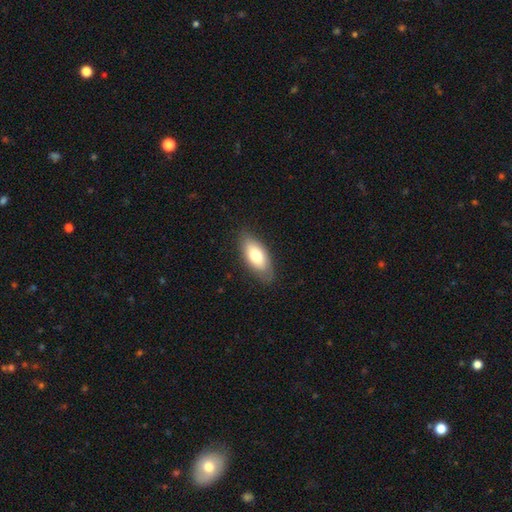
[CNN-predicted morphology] Smooth or featured?
  - smooth: 73% *
  - featured or disk: 21%
  - star or artifact: 6%
How rounded?
  - in between: 85% *
  - cigar-shaped: 13%
  - round: 2%
Merging?
  - none: 83% *
  - minor disturbance: 14%
  - major disturbance: 3%
  - merger: 1%